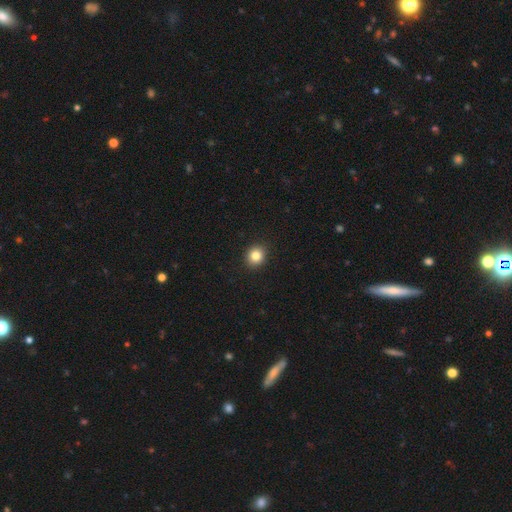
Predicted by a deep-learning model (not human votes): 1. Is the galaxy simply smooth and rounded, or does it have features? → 83% smooth, 11% star or artifact, 6% featured or disk.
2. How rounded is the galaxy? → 82% round, 17% in between, 1% cigar-shaped.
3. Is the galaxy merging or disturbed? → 92% none, 6% minor disturbance, 2% major disturbance, 1% merger.